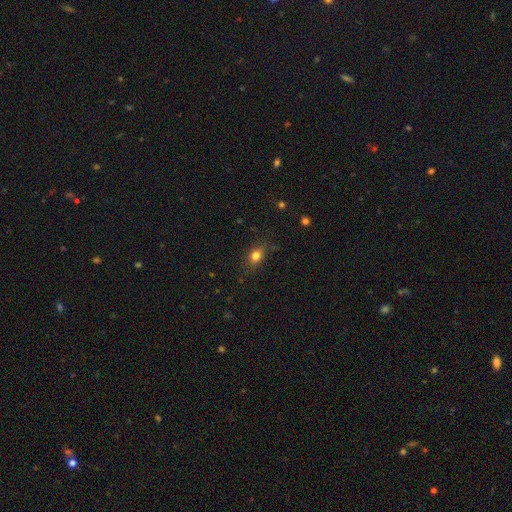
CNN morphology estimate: Smooth or featured? Predicted: smooth (p=0.79). How rounded? Predicted: in between (p=0.66). Merging? Predicted: none (p=0.78).